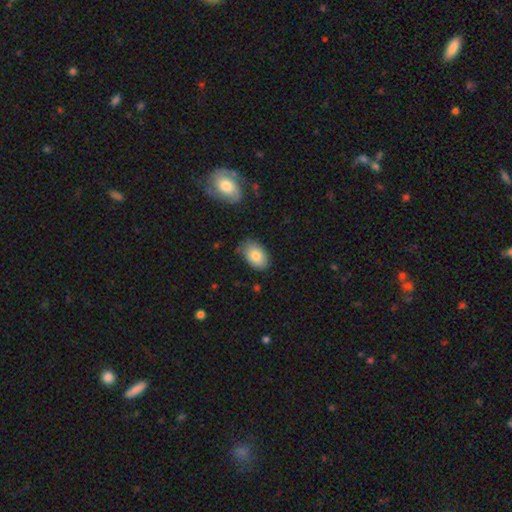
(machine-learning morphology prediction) This is clearly a smooth galaxy (83%). How rounded: clearly in between (90%). Merging: likely none (77%).